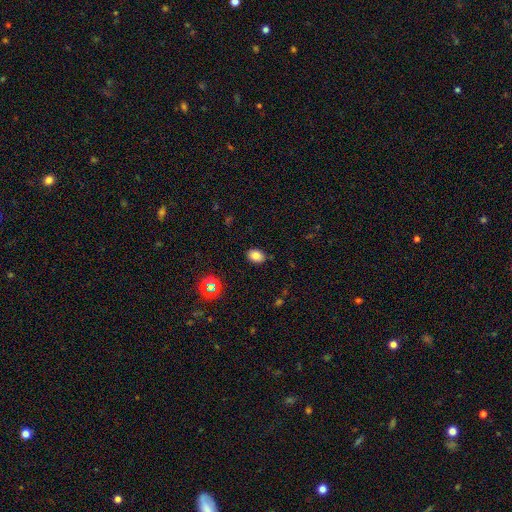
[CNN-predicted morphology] This appears to be a smooth galaxy with no disk features (80%) that is in between round and cigar-shaped (74%). Merging: none (85%).